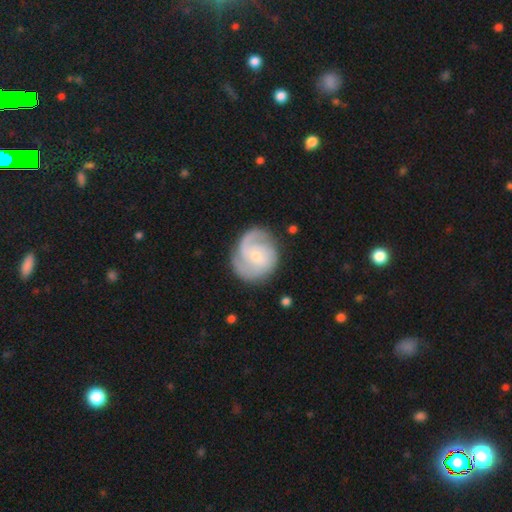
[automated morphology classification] featured or disk 81%, smooth 14%, star or artifact 5%. Down the decision tree: edge-on disk — no (98%); bar — no (65%); spiral arms — yes (96%); spiral arm count — 2 (42%); spiral winding — tight (46%); bulge size — small (62%); merging — none (74%).